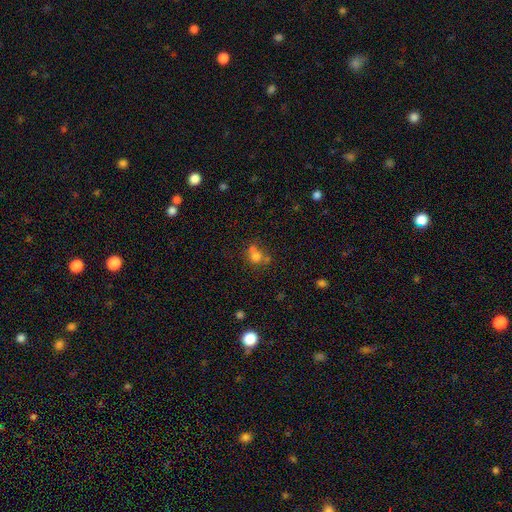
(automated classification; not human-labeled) Smooth or featured? Predicted: smooth (p=0.69). How rounded? Predicted: round (p=0.74). Merging? Predicted: none (p=0.43).